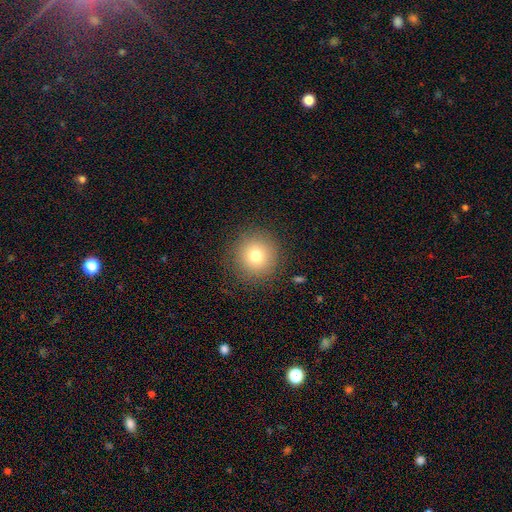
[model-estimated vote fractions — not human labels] This appears to be a smooth galaxy with no disk features (77%) that is round (94%). Merging: none (88%).